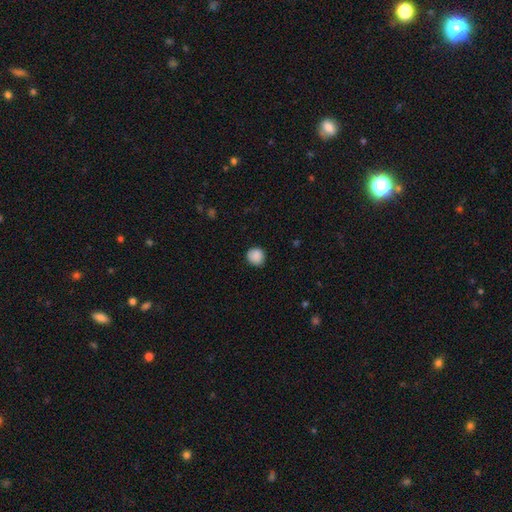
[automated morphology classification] Q: Smooth or featured?
A: smooth (89%); runner-up: star or artifact (8%)
Q: How rounded?
A: round (89%); runner-up: in between (10%)
Q: Merging?
A: none (86%); runner-up: minor disturbance (11%)